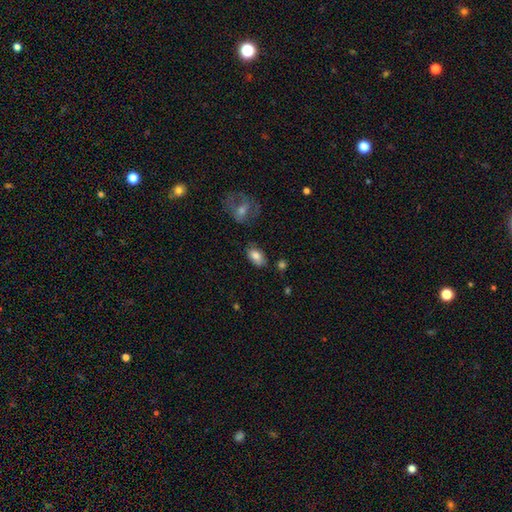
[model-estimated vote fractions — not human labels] Morphology: type=smooth (80%); roundness=in between (92%); merging=none (77%).